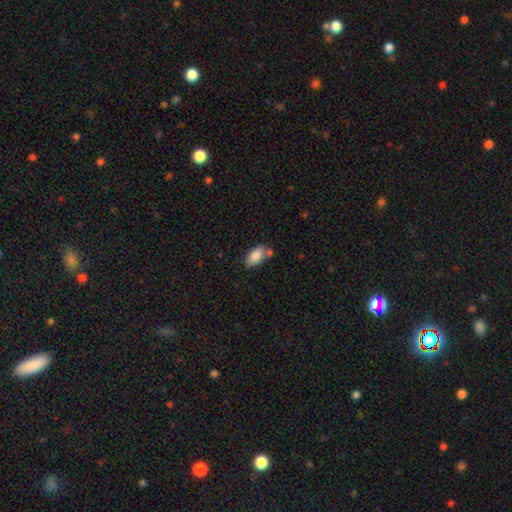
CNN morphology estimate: smooth_or_featured: smooth (p=0.85) [alt: featured or disk p=0.08]
how_rounded: in between (p=0.93) [alt: round p=0.04]
merging: none (p=0.57) [alt: minor disturbance p=0.20]